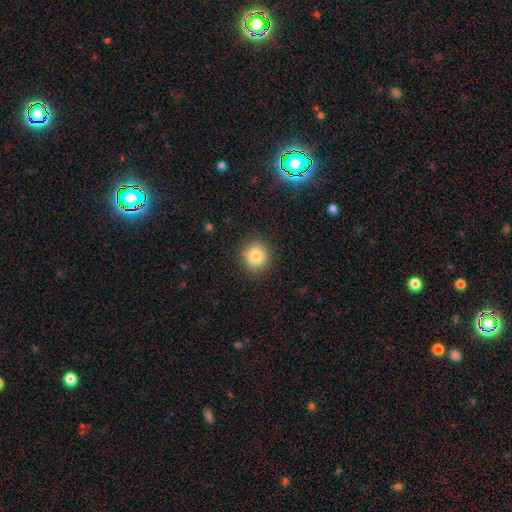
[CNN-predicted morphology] smooth 82%, star or artifact 10%, featured or disk 7%. Down the decision tree: how rounded — round (90%); merging — none (89%).